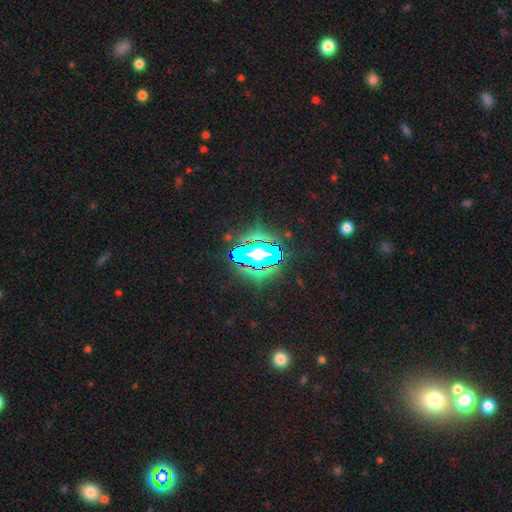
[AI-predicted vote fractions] star or artifact 59%, smooth 22%, featured or disk 19%.